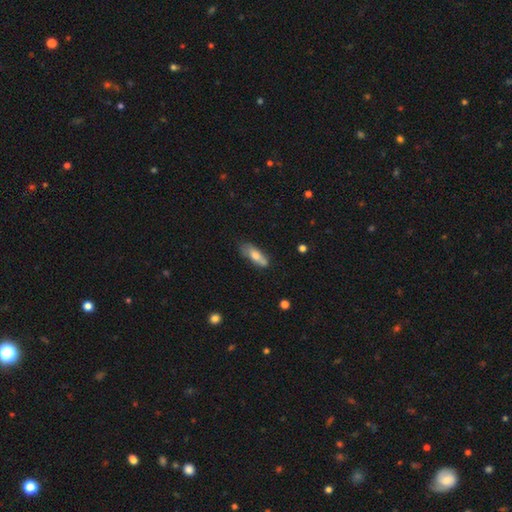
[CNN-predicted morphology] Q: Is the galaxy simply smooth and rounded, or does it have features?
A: smooth — 64%.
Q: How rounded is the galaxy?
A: in between — 62%.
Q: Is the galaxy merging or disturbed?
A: none — 57%.